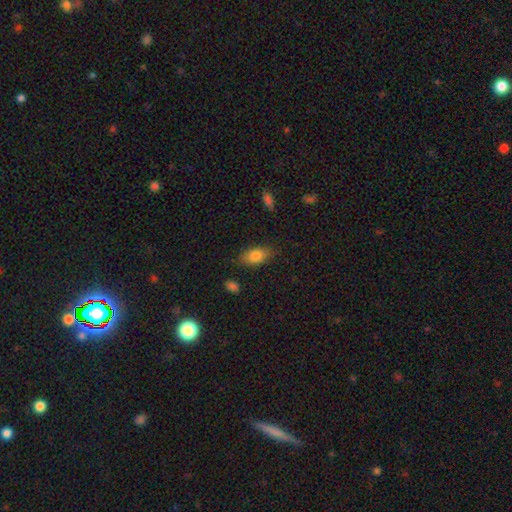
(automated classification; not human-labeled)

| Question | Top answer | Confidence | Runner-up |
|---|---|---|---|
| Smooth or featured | smooth | 81% | featured or disk (11%) |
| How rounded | in between | 88% | round (7%) |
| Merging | none | 81% | minor disturbance (14%) |